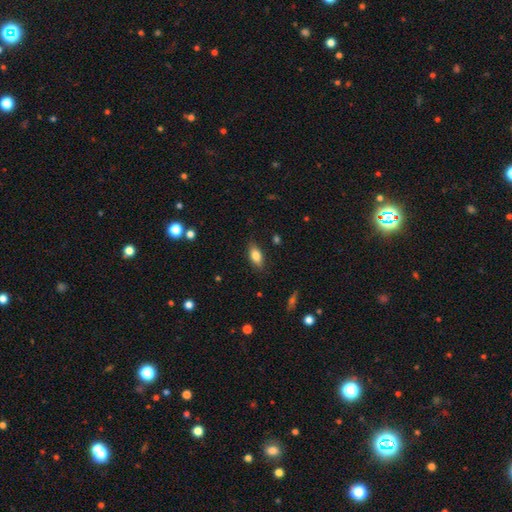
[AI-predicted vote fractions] smooth 80%, featured or disk 12%, star or artifact 8%. Down the decision tree: how rounded — in between (86%); merging — none (84%).